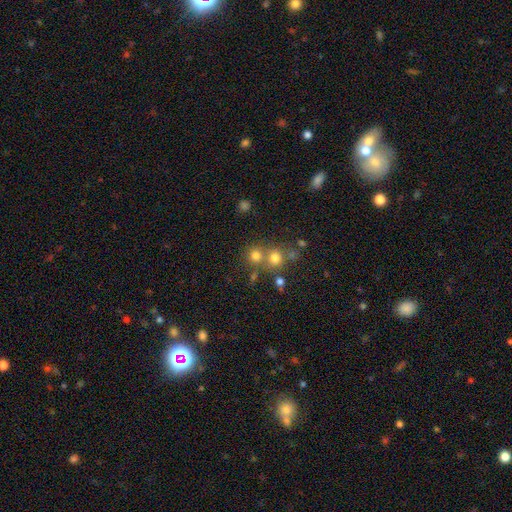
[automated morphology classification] smooth-or-featured: smooth: 74% | star or artifact: 17% | featured or disk: 9%
  how-rounded: round: 88% | in between: 11% | cigar-shaped: 1%
  merging: none: 57% | merger: 33% | minor disturbance: 7% | major disturbance: 3%